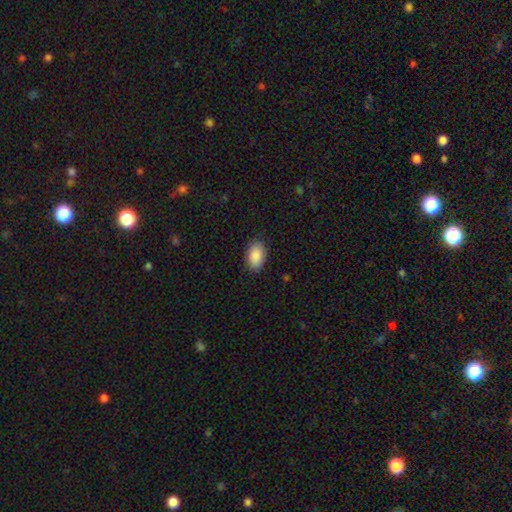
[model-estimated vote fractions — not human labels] A smooth galaxy with no disk features (90%) that is in between round and cigar-shaped (93%).

Vote fractions:
- Smooth or featured? smooth: 90% / star or artifact: 7% / featured or disk: 4%
- How rounded? in between: 93% / round: 5% / cigar-shaped: 1%
- Merging? none: 88% / minor disturbance: 9% / major disturbance: 2% / merger: 1%